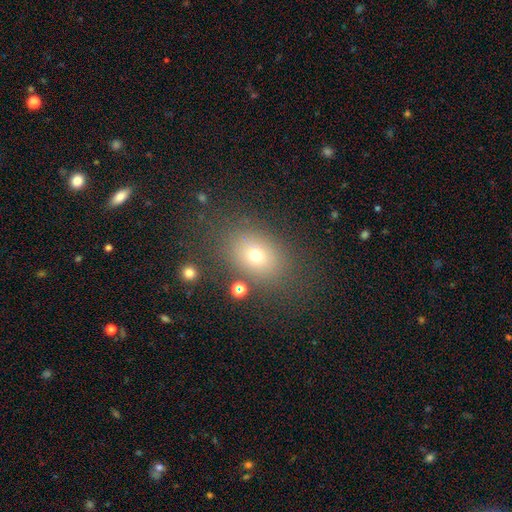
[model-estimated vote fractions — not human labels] Q: Smooth or featured?
A: smooth (69%); runner-up: star or artifact (17%)
Q: How rounded?
A: in between (66%); runner-up: round (33%)
Q: Merging?
A: none (79%); runner-up: minor disturbance (12%)